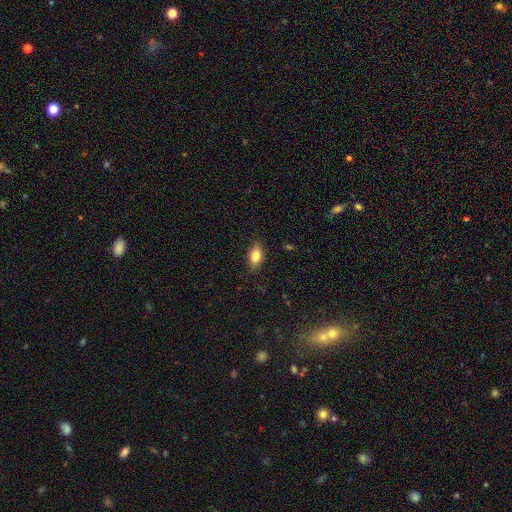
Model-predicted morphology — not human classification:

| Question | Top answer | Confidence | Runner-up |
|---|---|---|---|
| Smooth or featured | smooth | 80% | featured or disk (12%) |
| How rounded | in between | 86% | round (8%) |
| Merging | none | 83% | minor disturbance (13%) |